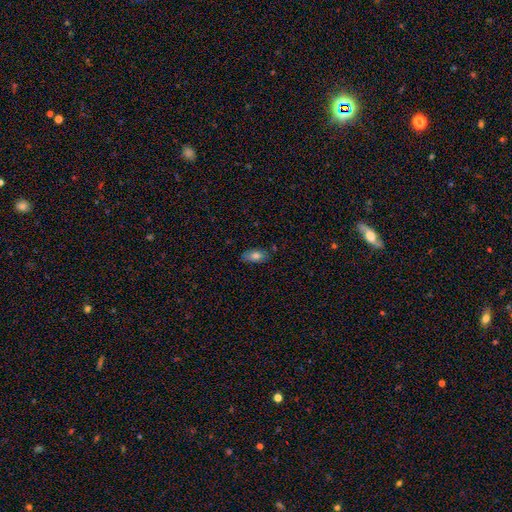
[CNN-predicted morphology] Smooth or featured? Predicted: smooth (p=0.78). How rounded? Predicted: in between (p=0.89). Merging? Predicted: none (p=0.76).